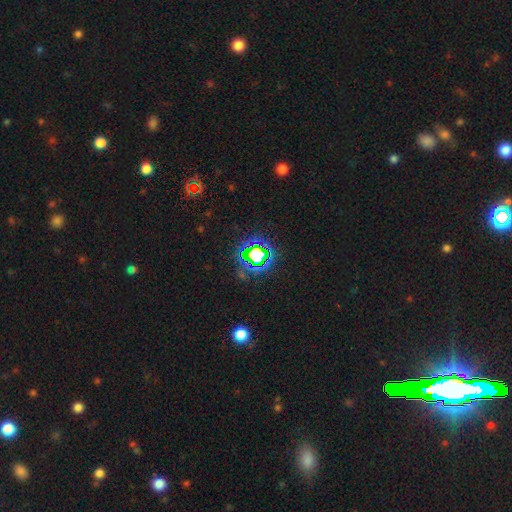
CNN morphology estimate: type=star or artifact (67%).